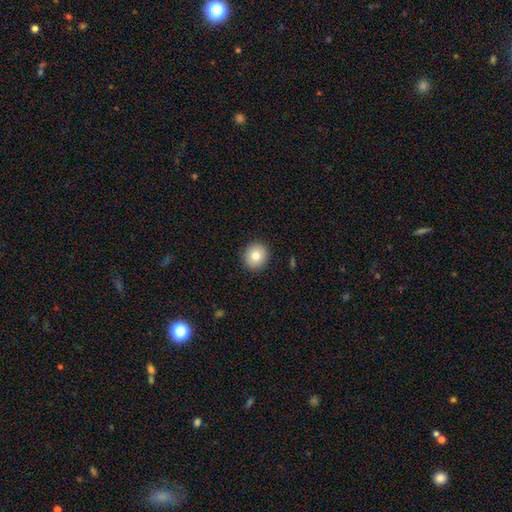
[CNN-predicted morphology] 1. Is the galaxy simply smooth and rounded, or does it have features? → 81% smooth, 10% featured or disk, 9% star or artifact.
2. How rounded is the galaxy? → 89% round, 10% in between, 1% cigar-shaped.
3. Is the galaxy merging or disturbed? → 92% none, 6% minor disturbance, 2% major disturbance, 1% merger.